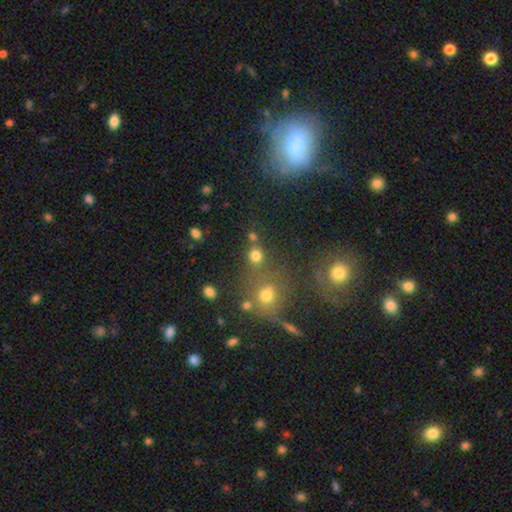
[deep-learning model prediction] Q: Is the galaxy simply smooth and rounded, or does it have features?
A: smooth — 75%.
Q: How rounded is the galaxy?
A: round — 85%.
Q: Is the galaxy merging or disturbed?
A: none — 63%.